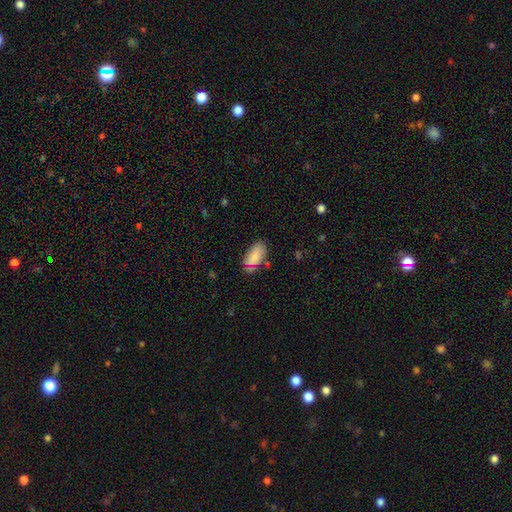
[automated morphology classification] type=smooth (82%); roundness=in between (92%); merging=none (70%).